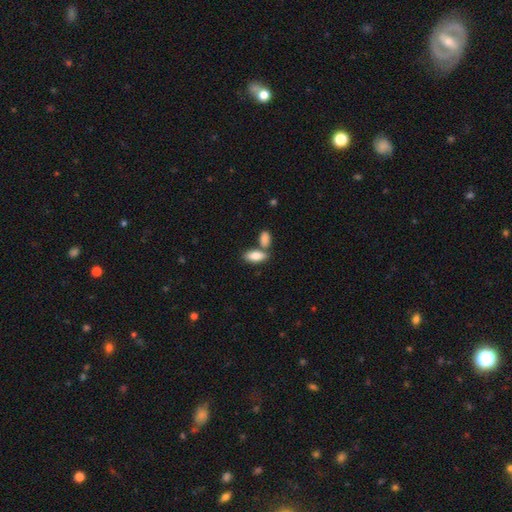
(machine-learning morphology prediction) type=smooth (85%); roundness=in between (87%); merging=none (54%).